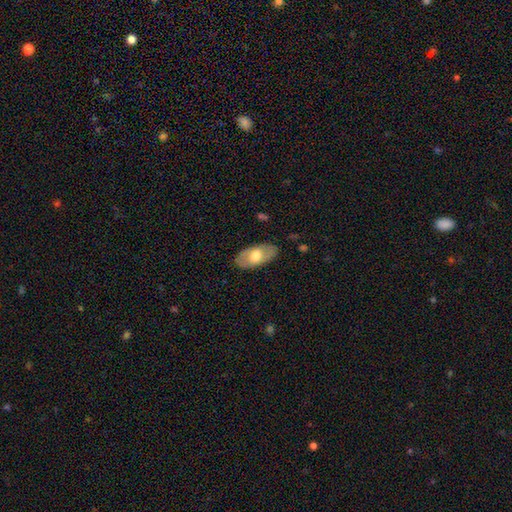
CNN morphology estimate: smooth 57%, featured or disk 38%, star or artifact 5%. Down the decision tree: how rounded — in between (93%); merging — none (84%).